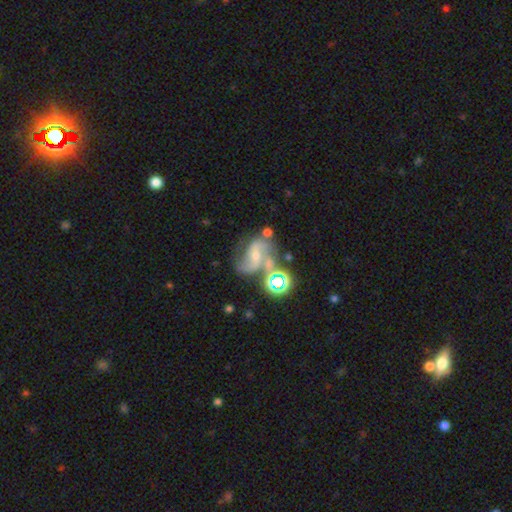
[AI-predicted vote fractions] Morphology: type=featured or disk (72%); edge-on=no (97%); bar=weak (39%); spiral arms=yes (91%); winding=medium (44%, tied with loose); arm count=2 (82%); bulge=small (57%); merging=none (39%).